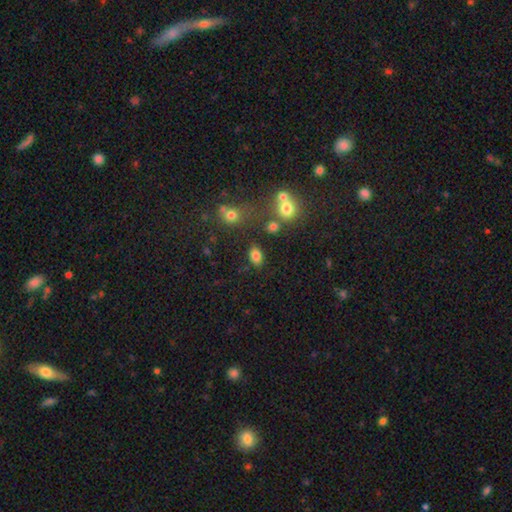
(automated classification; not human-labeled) smooth 81%, star or artifact 12%, featured or disk 7%. Down the decision tree: how rounded — in between (84%); merging — none (80%).